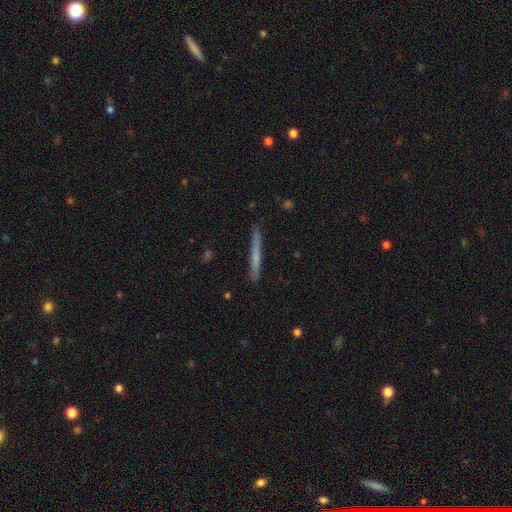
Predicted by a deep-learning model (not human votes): A smooth galaxy with no disk features (55%) that is cigar-shaped (97%).

Vote fractions:
- Smooth or featured? smooth: 55% / featured or disk: 38% / star or artifact: 6%
- How rounded? cigar-shaped: 97% / in between: 2% / round: 1%
- Merging? none: 89% / minor disturbance: 9% / major disturbance: 2% / merger: 1%